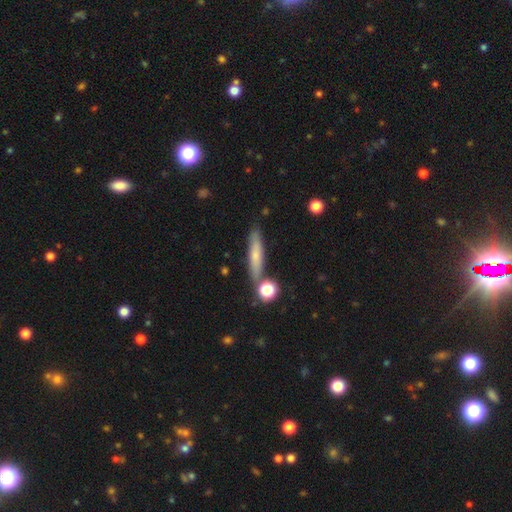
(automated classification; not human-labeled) Smooth or featured: smooth — 62% (featured or disk — 31%)
How rounded: cigar-shaped — 85% (in between — 13%)
Merging: none — 77% (minor disturbance — 12%)